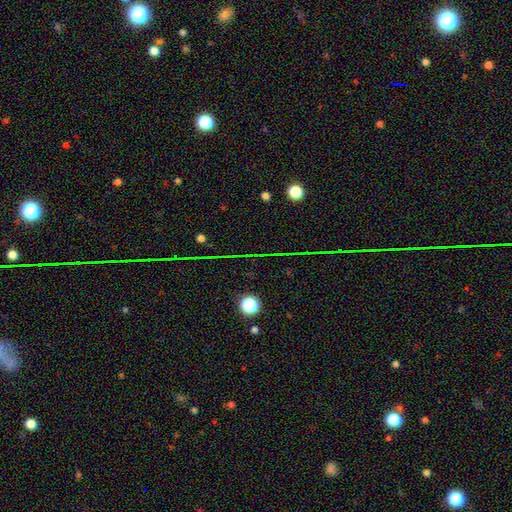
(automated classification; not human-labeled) Q: Smooth or featured?
A: star or artifact (73%); runner-up: smooth (15%)